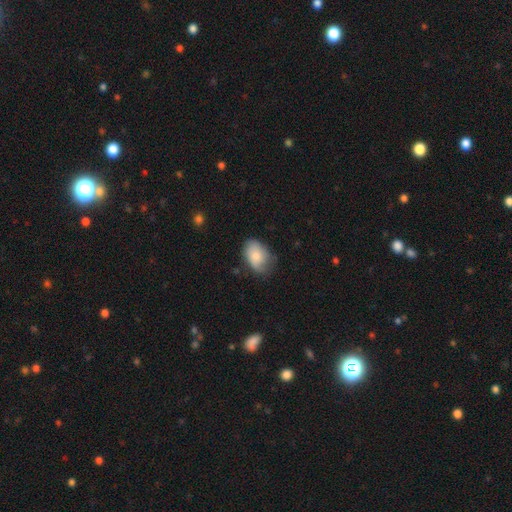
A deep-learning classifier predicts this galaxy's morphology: Overall: smooth (76%). How rounded: in between (84%). Merging: none (54%; minor disturbance 34%).